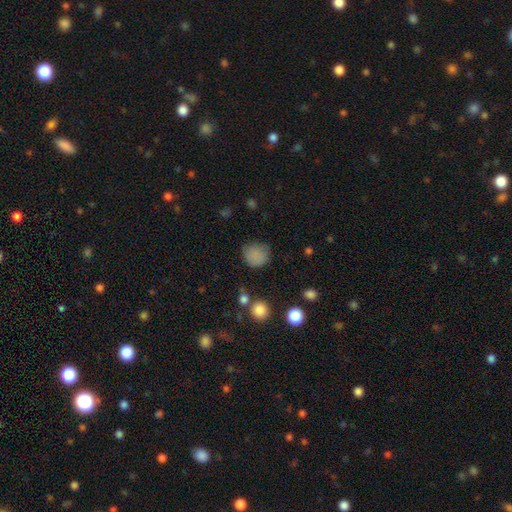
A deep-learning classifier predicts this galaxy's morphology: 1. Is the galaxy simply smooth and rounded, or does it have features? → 83% smooth, 11% star or artifact, 6% featured or disk.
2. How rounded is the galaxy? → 84% round, 15% in between, 1% cigar-shaped.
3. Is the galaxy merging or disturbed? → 72% none, 20% minor disturbance, 6% major disturbance, 2% merger.